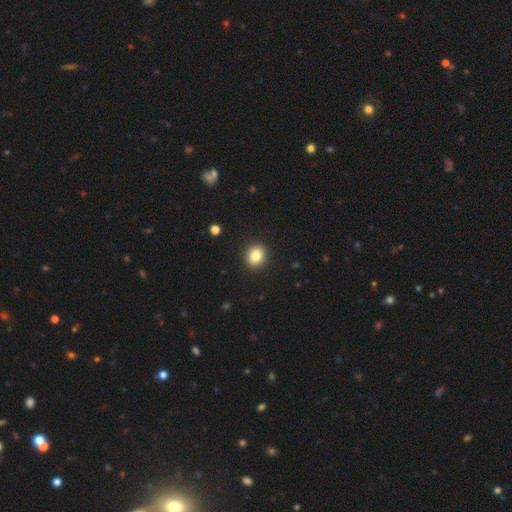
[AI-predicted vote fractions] This is clearly a smooth galaxy (83%). How rounded: likely round (69%). Merging: clearly none (92%).